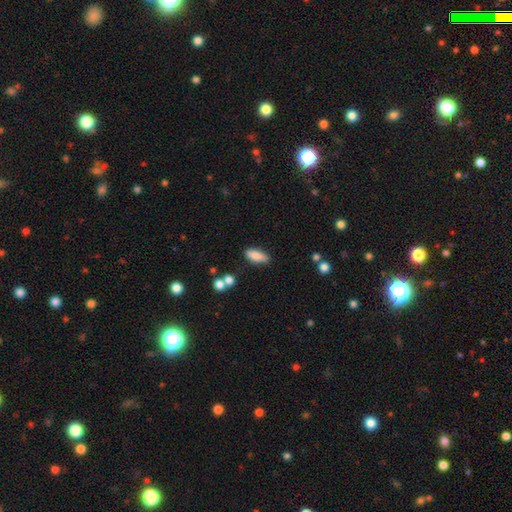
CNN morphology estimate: Smooth or featured? smooth (83%)
How rounded? in between (74%)
Merging? none (78%)